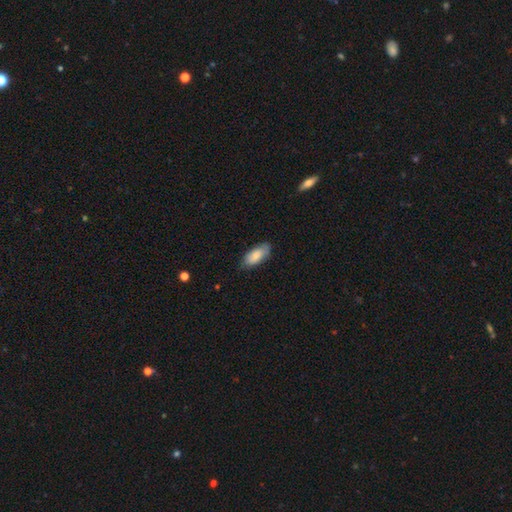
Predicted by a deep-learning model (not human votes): Smooth or featured? Predicted: smooth (p=0.80). How rounded? Predicted: in between (p=0.88). Merging? Predicted: none (p=0.76).